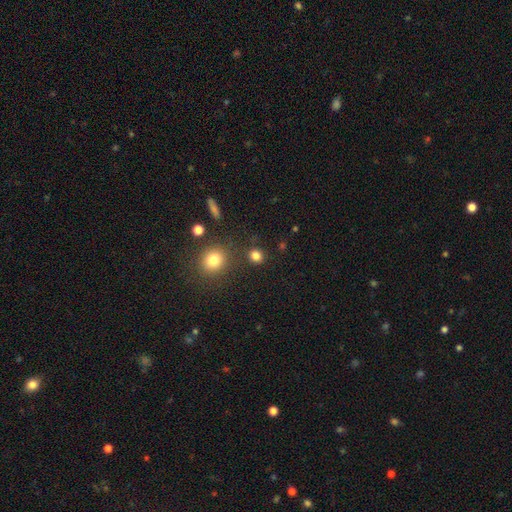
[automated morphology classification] smooth_or_featured: smooth (p=0.81) [alt: star or artifact p=0.15]
how_rounded: round (p=0.87) [alt: in between p=0.12]
merging: none (p=0.85) [alt: minor disturbance p=0.07]